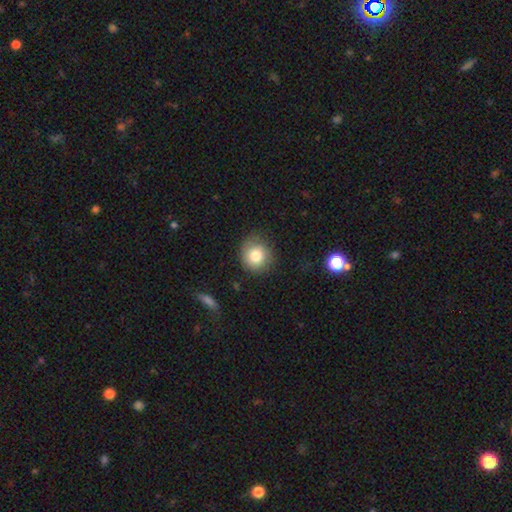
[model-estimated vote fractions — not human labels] Smooth or featured?
  - smooth: 80% *
  - featured or disk: 10%
  - star or artifact: 10%
How rounded?
  - round: 86% *
  - in between: 13%
  - cigar-shaped: 1%
Merging?
  - none: 80% *
  - minor disturbance: 15%
  - major disturbance: 4%
  - merger: 2%